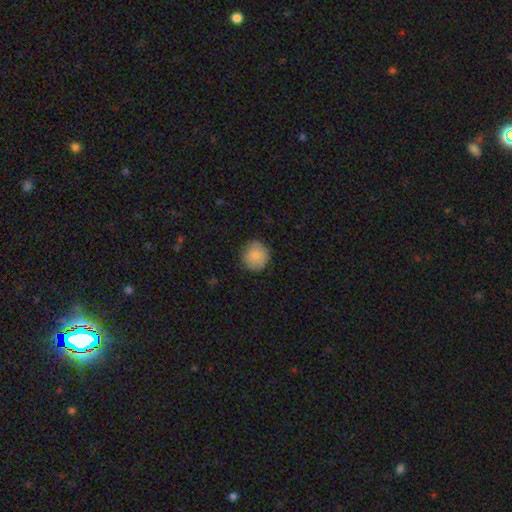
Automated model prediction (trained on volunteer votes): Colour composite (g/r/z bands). It shows a smooth galaxy with no disk features (87%) that is round (91%). Merging: none (84%).